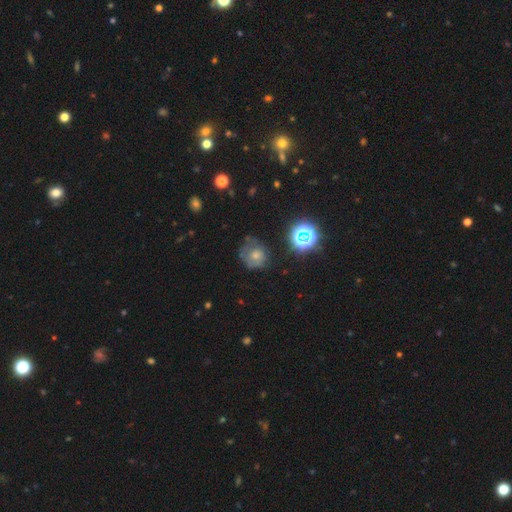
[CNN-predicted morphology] smooth_or_featured: smooth (p=0.56) [alt: featured or disk p=0.24]
how_rounded: round (p=0.83) [alt: in between p=0.16]
merging: none (p=0.53) [alt: minor disturbance p=0.28]